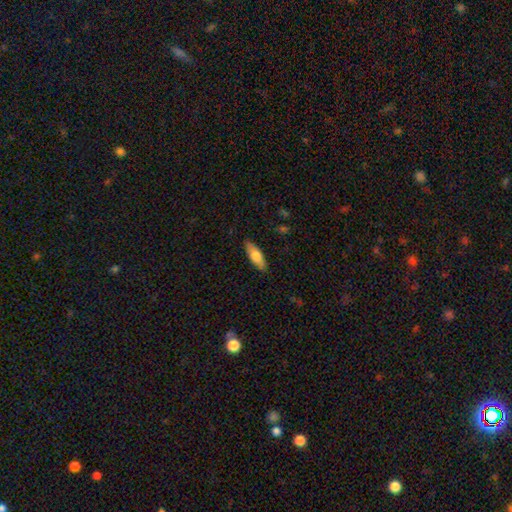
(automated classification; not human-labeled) smooth 69%, featured or disk 26%, star or artifact 6%. Down the decision tree: how rounded — in between (63%); merging — none (87%).